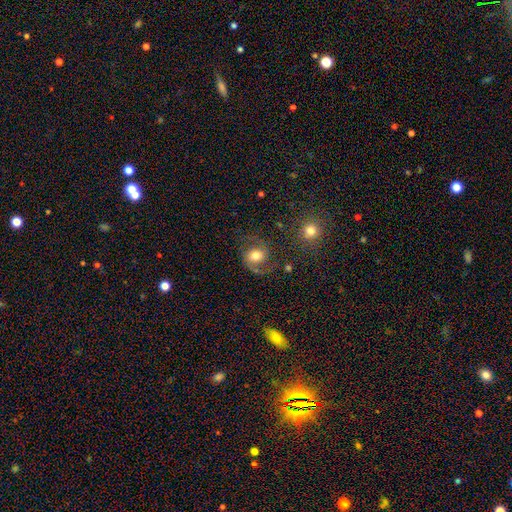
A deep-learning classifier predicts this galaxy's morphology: The model was most divided on "spiral winding": medium: 54%, loose: 31%, tight: 15%. More confident: edge-on disk — no (98%); spiral arms — yes (92%); spiral arm count — 2 (87%); merging — none (70%); smooth or featured — featured or disk (67%); bulge size — moderate (59%); bar — no (57%).